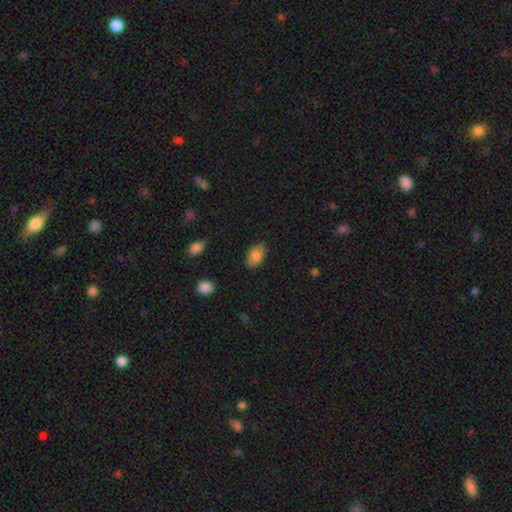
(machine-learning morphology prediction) Smooth or featured? smooth (85%)
How rounded? in between (91%)
Merging? none (81%)